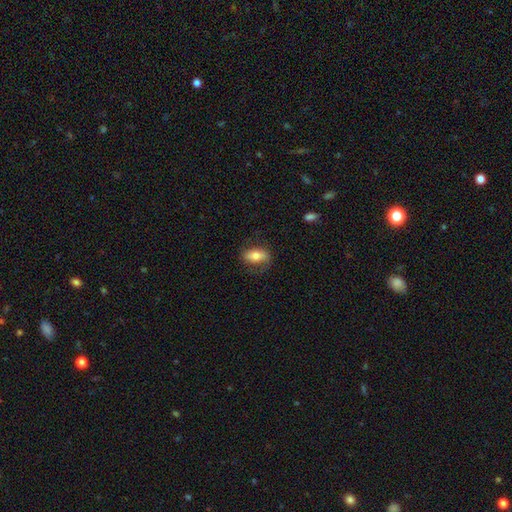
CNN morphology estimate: Overall: smooth (70%). How rounded: in between (86%). Merging: none (72%).